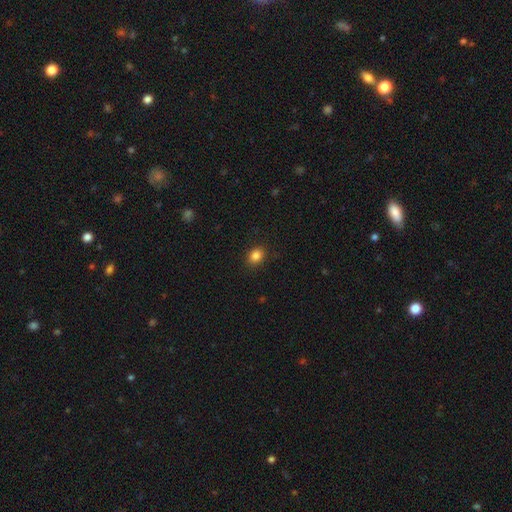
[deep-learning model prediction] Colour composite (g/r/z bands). It shows a smooth galaxy with no disk features (85%) that is in between round and cigar-shaped (54%). Merging: none (89%).